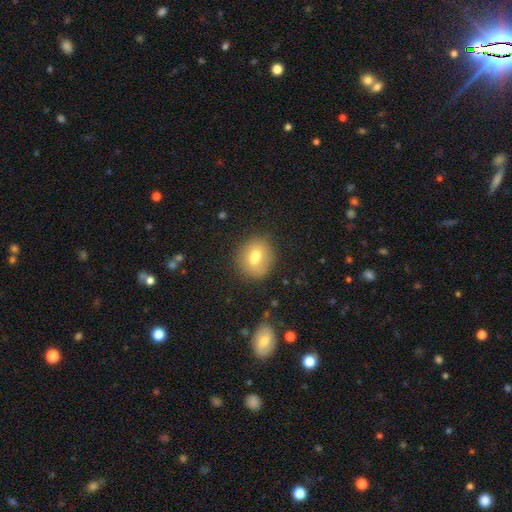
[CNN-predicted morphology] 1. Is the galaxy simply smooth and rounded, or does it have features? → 73% smooth, 16% featured or disk, 11% star or artifact.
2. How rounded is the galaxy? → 74% round, 25% in between, 1% cigar-shaped.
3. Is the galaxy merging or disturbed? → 75% none, 13% minor disturbance, 9% merger, 4% major disturbance.